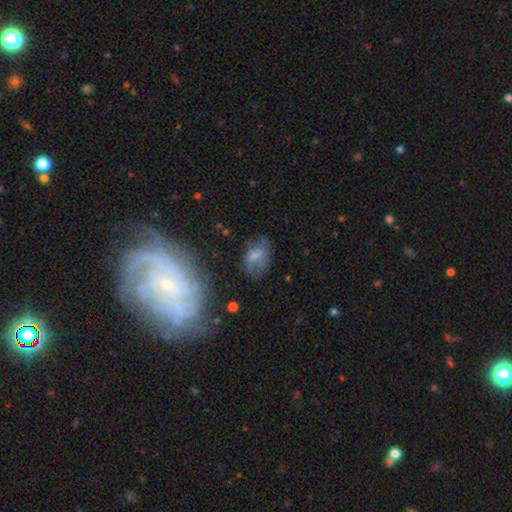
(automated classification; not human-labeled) Smooth or featured?
  - smooth: 56% *
  - featured or disk: 32%
  - star or artifact: 12%
How rounded?
  - in between: 78% *
  - round: 20%
  - cigar-shaped: 2%
Merging?
  - none: 48% *
  - minor disturbance: 28%
  - major disturbance: 21%
  - merger: 4%